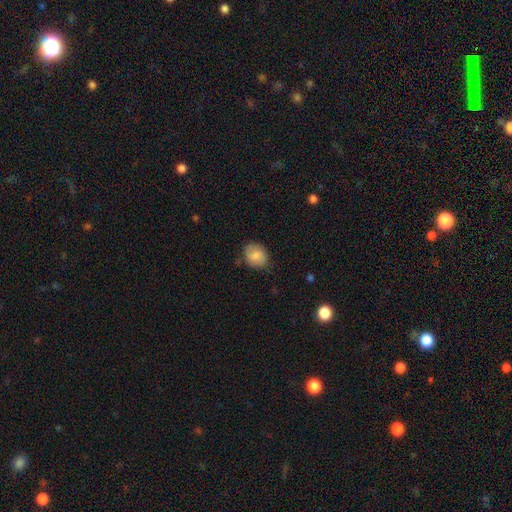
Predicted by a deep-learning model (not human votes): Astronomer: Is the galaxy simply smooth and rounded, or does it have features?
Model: smooth — 83%.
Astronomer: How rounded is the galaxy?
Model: round — 53% (runner-up: in between, 46%).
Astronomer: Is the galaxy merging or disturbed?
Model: none — 71%.